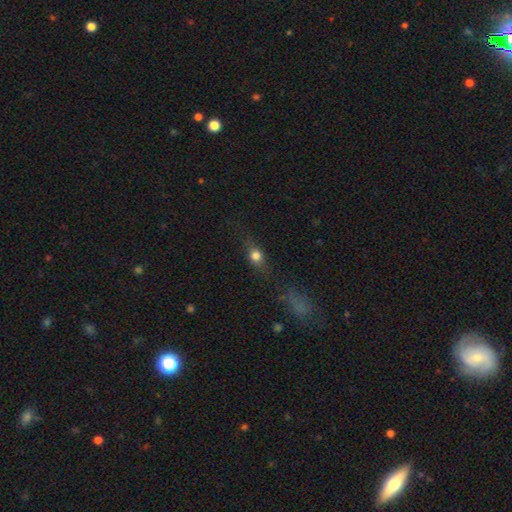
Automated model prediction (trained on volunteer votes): Smooth or featured?
  - smooth: 66% *
  - featured or disk: 20%
  - star or artifact: 14%
How rounded?
  - in between: 45% *
  - round: 39%
  - cigar-shaped: 16%
Merging?
  - none: 72% *
  - minor disturbance: 17%
  - major disturbance: 8%
  - merger: 3%